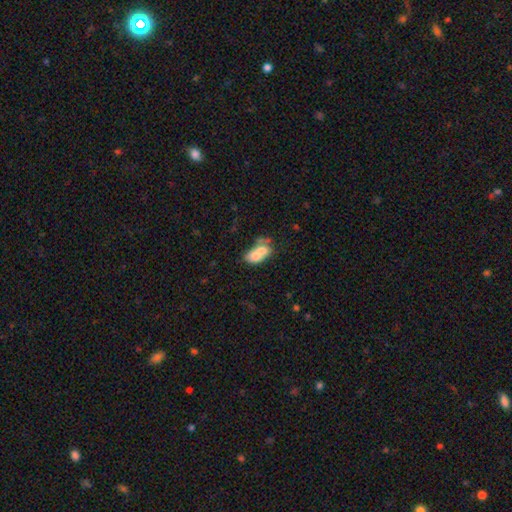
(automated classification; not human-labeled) smooth_or_featured: smooth (p=0.65) [alt: featured or disk p=0.27]
how_rounded: in between (p=0.79) [alt: round p=0.18]
merging: merger (p=0.67) [alt: none p=0.18]